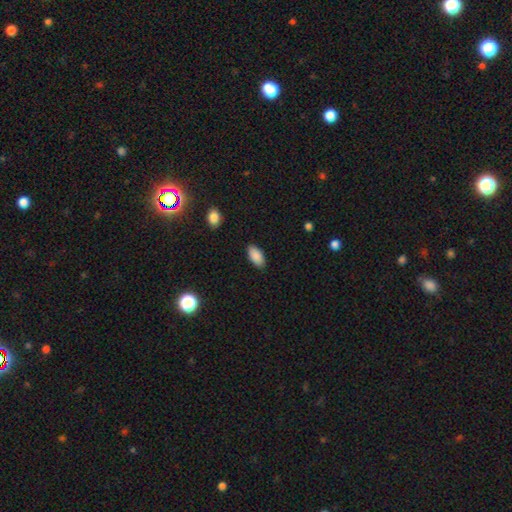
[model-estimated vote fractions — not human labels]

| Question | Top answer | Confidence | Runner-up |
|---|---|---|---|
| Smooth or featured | smooth | 89% | star or artifact (7%) |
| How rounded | in between | 93% | cigar-shaped (4%) |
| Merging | none | 88% | minor disturbance (9%) |